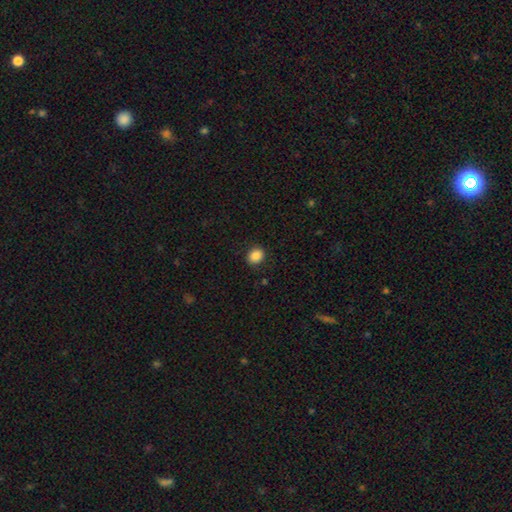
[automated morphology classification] Smooth or featured: smooth — 87% (star or artifact — 9%)
How rounded: round — 64% (in between — 35%)
Merging: none — 90% (minor disturbance — 7%)